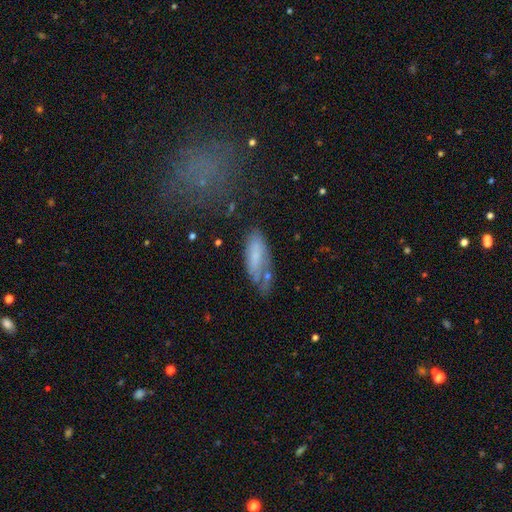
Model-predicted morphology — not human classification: smooth 60%, featured or disk 31%, star or artifact 9%. Down the decision tree: how rounded — in between (61%); merging — none (48%).